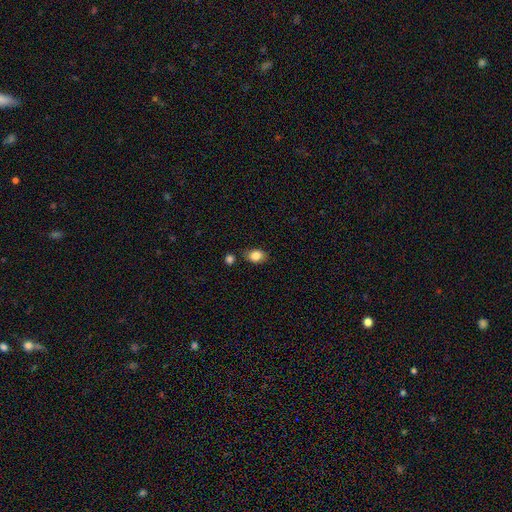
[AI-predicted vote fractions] Smooth or featured?
  - smooth: 85% *
  - star or artifact: 9%
  - featured or disk: 6%
How rounded?
  - in between: 73% *
  - round: 25%
  - cigar-shaped: 1%
Merging?
  - none: 75% *
  - minor disturbance: 15%
  - merger: 7%
  - major disturbance: 3%